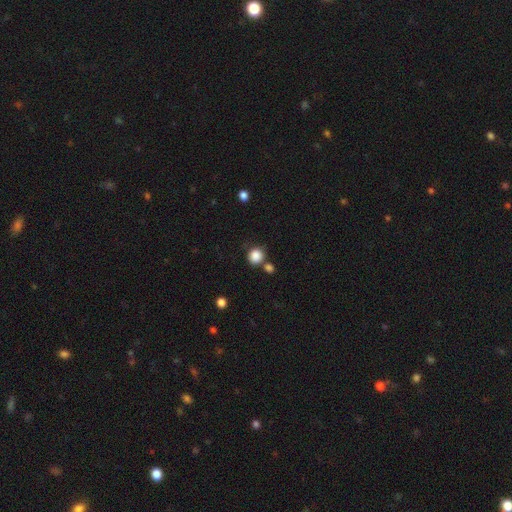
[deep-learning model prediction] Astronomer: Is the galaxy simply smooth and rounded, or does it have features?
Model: smooth — 86%.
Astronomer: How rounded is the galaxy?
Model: round — 89%.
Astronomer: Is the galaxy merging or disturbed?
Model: none — 70%.